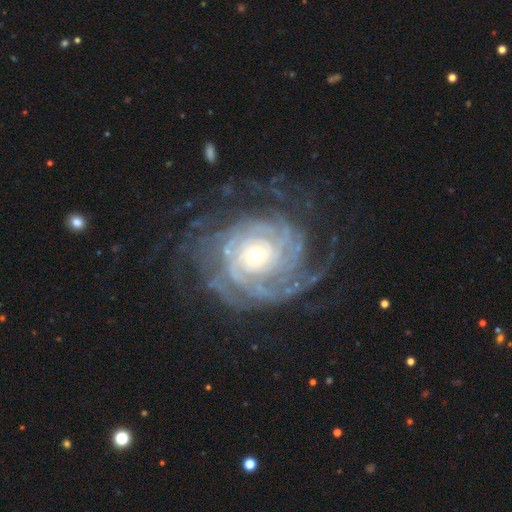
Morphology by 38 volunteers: This appears to be a featured or disk galaxy (92%) with no bar (68%), tight (84%) spiral arms (94%) and a small central bulge (53%). Merging: none (86%).